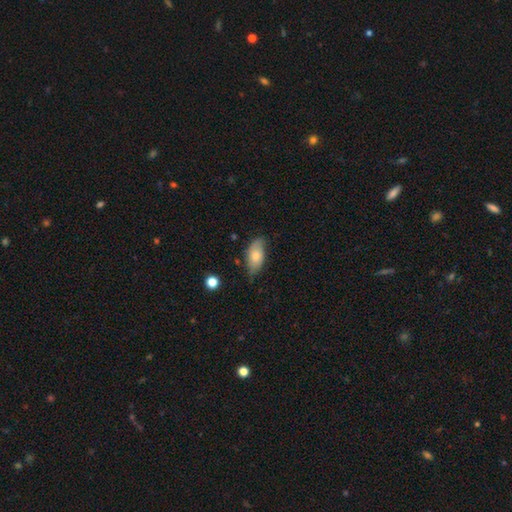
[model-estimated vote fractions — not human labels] Smooth or featured? smooth (71%)
How rounded? in between (91%)
Merging? none (64%)